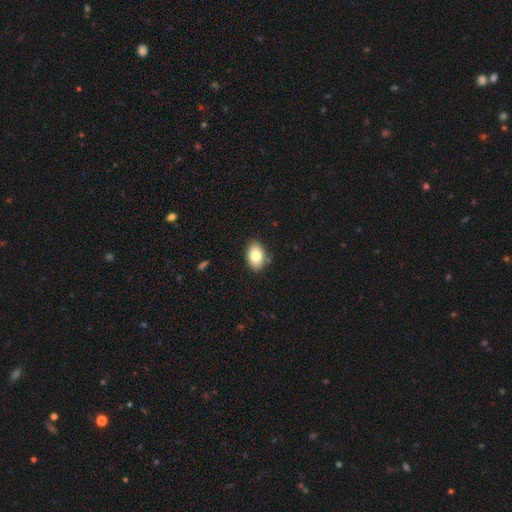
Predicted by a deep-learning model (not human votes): A smooth galaxy with no disk features (80%) that is in between round and cigar-shaped (84%).

Vote fractions:
- Smooth or featured? smooth: 80% / featured or disk: 12% / star or artifact: 8%
- How rounded? in between: 84% / round: 15% / cigar-shaped: 1%
- Merging? none: 85% / minor disturbance: 11% / major disturbance: 2% / merger: 2%